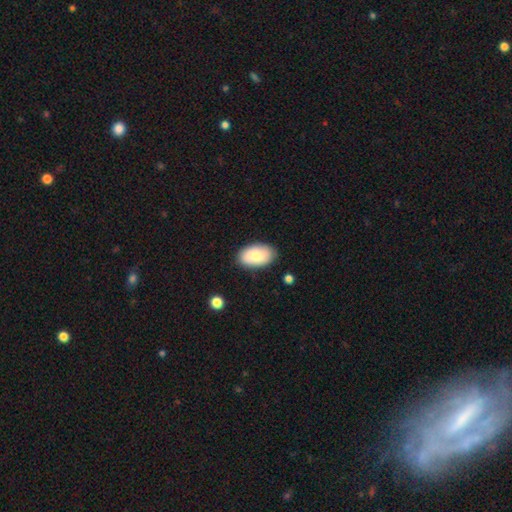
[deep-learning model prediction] A smooth galaxy with no disk features (80%) that is in between round and cigar-shaped (94%).

Vote fractions:
- Smooth or featured? smooth: 80% / featured or disk: 14% / star or artifact: 6%
- How rounded? in between: 94% / round: 5% / cigar-shaped: 1%
- Merging? none: 84% / minor disturbance: 12% / major disturbance: 2% / merger: 2%